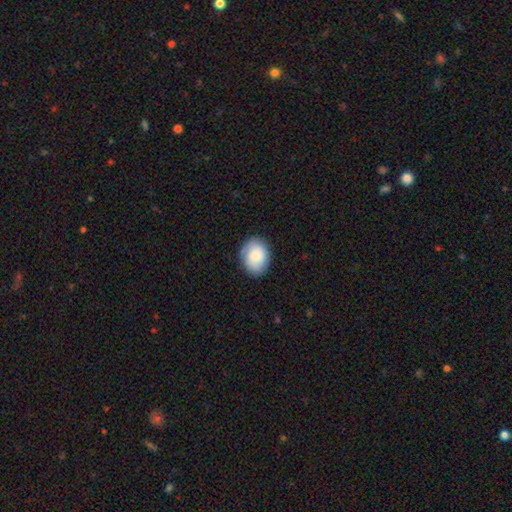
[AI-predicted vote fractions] This appears to be a smooth galaxy with no disk features (83%) that is in between round and cigar-shaped (63%). Merging: none (82%).